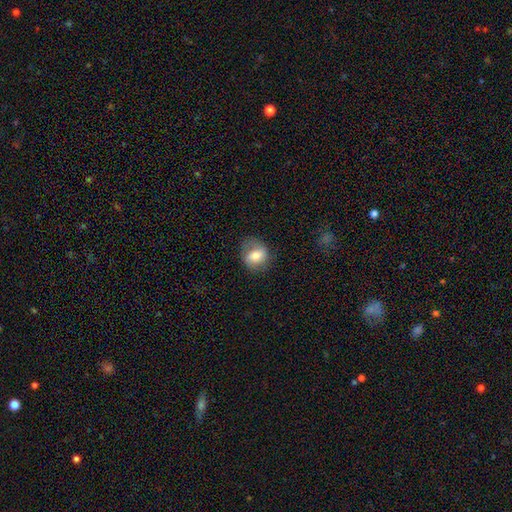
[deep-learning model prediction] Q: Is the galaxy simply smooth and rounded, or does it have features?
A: smooth — 65%.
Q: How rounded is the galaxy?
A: round — 59%.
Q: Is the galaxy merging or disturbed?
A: none — 71%.